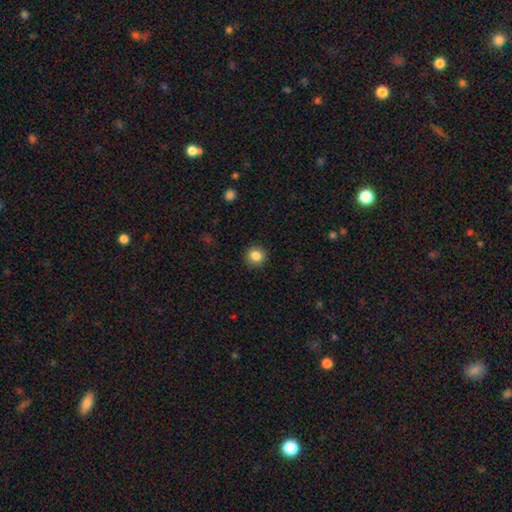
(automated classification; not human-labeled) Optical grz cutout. It shows a smooth galaxy with no disk features (85%) that is round (93%). Merging: none (92%).